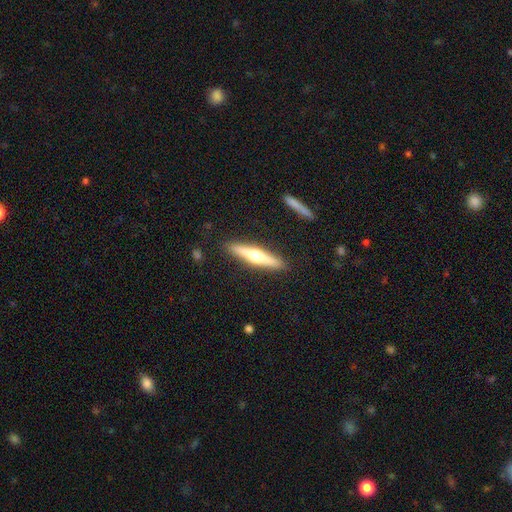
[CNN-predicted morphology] The model was most divided on "smooth or featured": featured or disk: 60%, smooth: 35%, star or artifact: 5%. More confident: edge-on disk — yes (96%); edge-on bulge — rounded (93%); merging — none (90%).